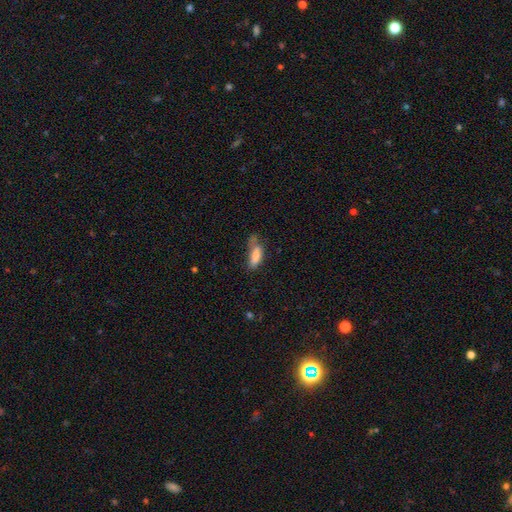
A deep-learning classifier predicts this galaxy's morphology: Smooth or featured: smooth — 80% (featured or disk — 12%)
How rounded: in between — 58% (cigar-shaped — 40%)
Merging: none — 36% (minor disturbance — 33%)